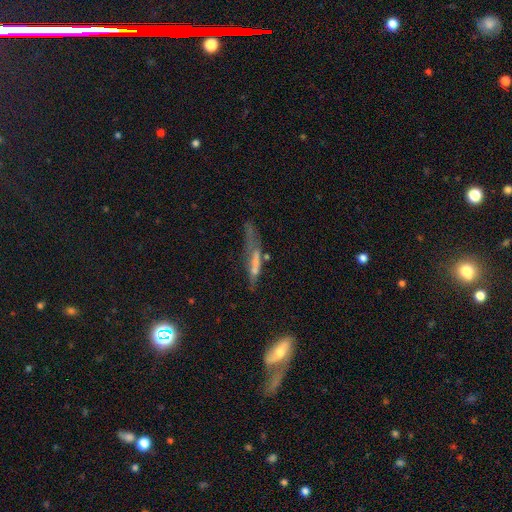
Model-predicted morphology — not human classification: A featured or disk galaxy (46%). Merging: none (43%).